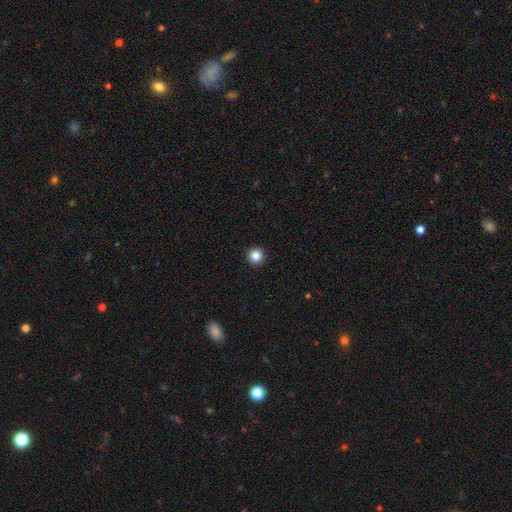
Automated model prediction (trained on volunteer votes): smooth_or_featured: smooth (p=0.84) [alt: star or artifact p=0.11]
how_rounded: round (p=0.96) [alt: in between p=0.03]
merging: none (p=0.94) [alt: minor disturbance p=0.04]